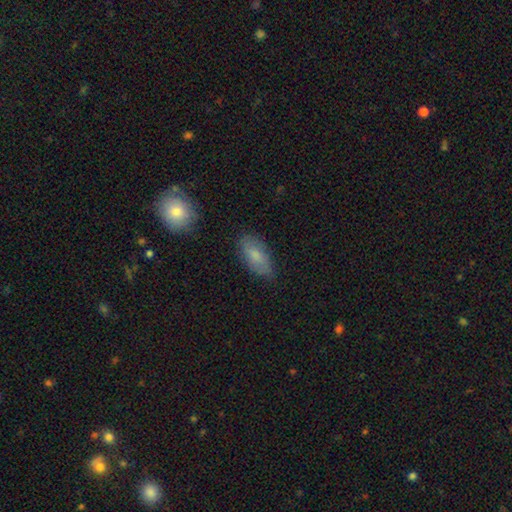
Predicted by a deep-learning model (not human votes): Q: Smooth or featured?
A: smooth (76%); runner-up: featured or disk (17%)
Q: How rounded?
A: in between (89%); runner-up: cigar-shaped (8%)
Q: Merging?
A: none (77%); runner-up: minor disturbance (18%)